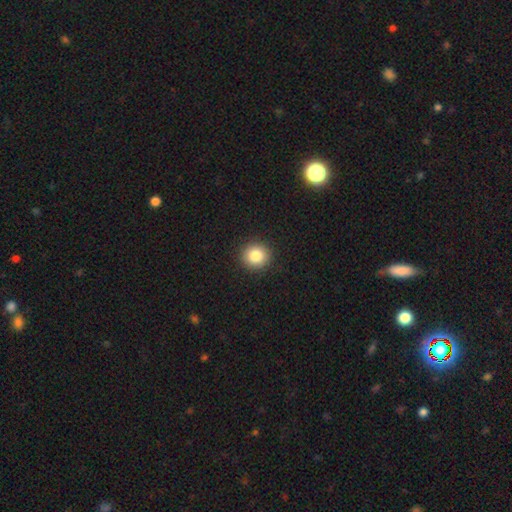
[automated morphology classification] Smooth or featured? smooth (84%)
How rounded? round (91%)
Merging? none (92%)